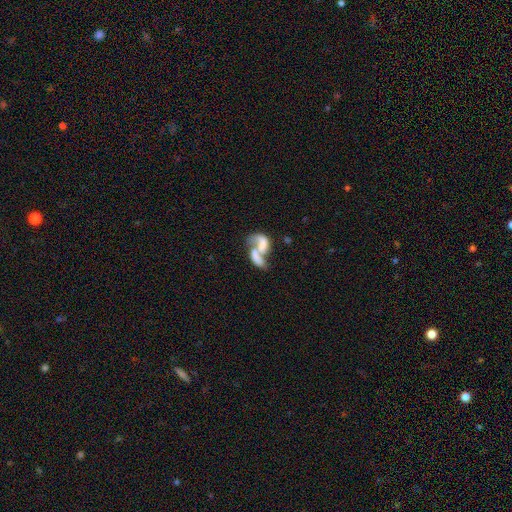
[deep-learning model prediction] Q: Smooth or featured?
A: featured or disk (56%); runner-up: smooth (35%)
Q: Edge-on disk?
A: no (96%); runner-up: yes (4%)
Q: Bar?
A: no (69%); runner-up: weak (20%)
Q: Spiral arms?
A: no (51%); runner-up: yes (49%)
Q: Bulge size?
A: none (56%); runner-up: small (17%)
Q: Merging?
A: merger (66%); runner-up: major disturbance (17%)